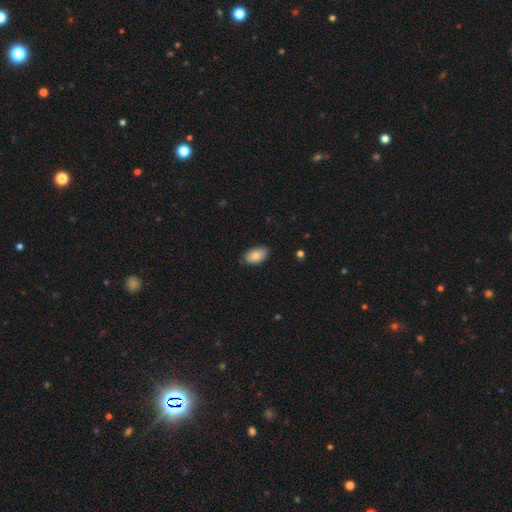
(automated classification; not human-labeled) smooth_or_featured: smooth (p=0.79) [alt: featured or disk p=0.14]
how_rounded: in between (p=0.91) [alt: round p=0.07]
merging: none (p=0.78) [alt: minor disturbance p=0.19]